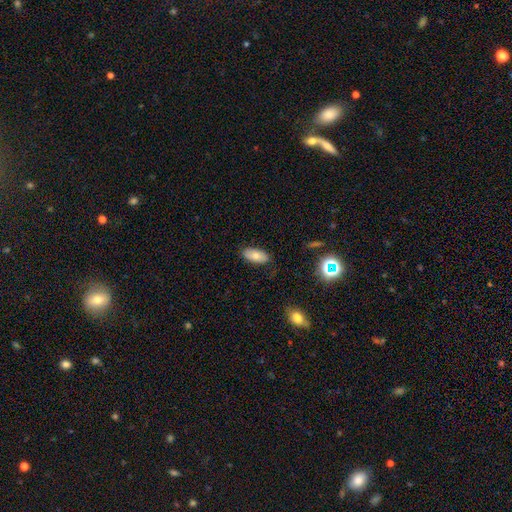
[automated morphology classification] Smooth or featured: smooth — 75% (featured or disk — 16%)
How rounded: in between — 91% (cigar-shaped — 6%)
Merging: none — 85% (minor disturbance — 12%)